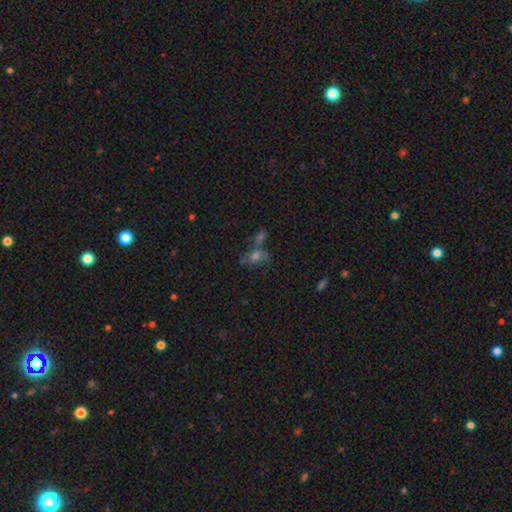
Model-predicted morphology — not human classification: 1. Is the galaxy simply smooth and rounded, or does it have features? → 53% smooth, 27% featured or disk, 21% star or artifact.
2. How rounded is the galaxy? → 74% in between, 20% round, 6% cigar-shaped.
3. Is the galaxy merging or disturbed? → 43% none, 31% merger, 16% minor disturbance, 10% major disturbance.